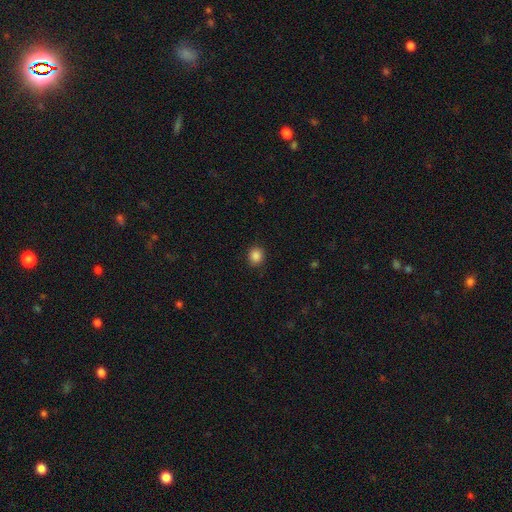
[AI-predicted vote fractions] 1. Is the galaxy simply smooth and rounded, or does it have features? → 86% smooth, 11% star or artifact, 3% featured or disk.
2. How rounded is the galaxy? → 80% round, 19% in between, 1% cigar-shaped.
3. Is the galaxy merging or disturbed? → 90% none, 7% minor disturbance, 2% major disturbance, 1% merger.